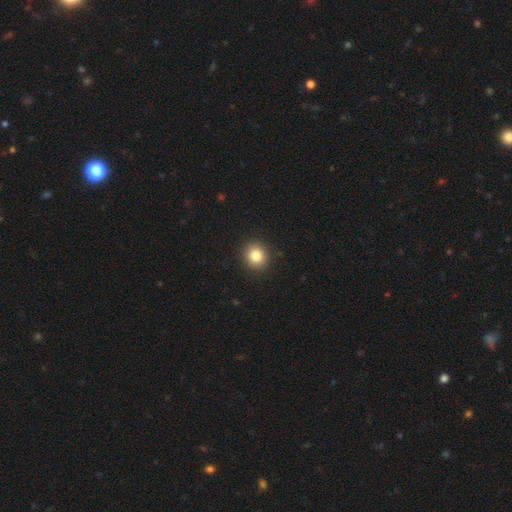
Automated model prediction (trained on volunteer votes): smooth-or-featured: smooth: 83% | star or artifact: 11% | featured or disk: 6%
  how-rounded: round: 85% | in between: 14% | cigar-shaped: 1%
  merging: none: 92% | minor disturbance: 6% | major disturbance: 2% | merger: 1%